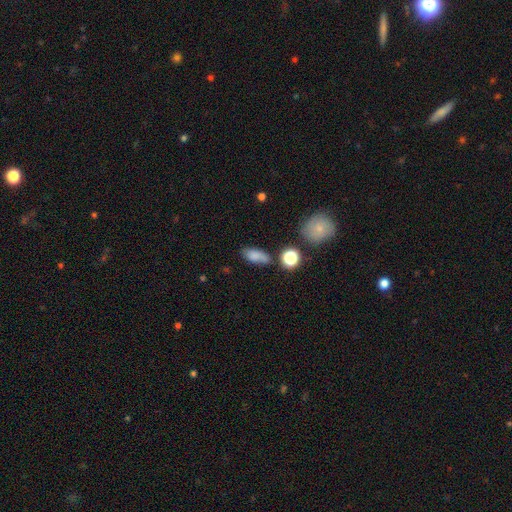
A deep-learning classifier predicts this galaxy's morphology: Smooth or featured?
  - smooth: 78% *
  - star or artifact: 12%
  - featured or disk: 10%
How rounded?
  - in between: 79% *
  - cigar-shaped: 11%
  - round: 10%
Merging?
  - none: 65% *
  - minor disturbance: 21%
  - merger: 8%
  - major disturbance: 6%